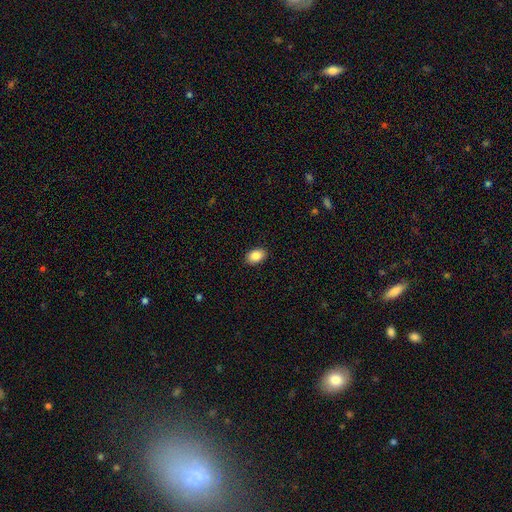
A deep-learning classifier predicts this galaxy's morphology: Smooth or featured?
  - smooth: 87% *
  - star or artifact: 8%
  - featured or disk: 5%
How rounded?
  - in between: 84% *
  - round: 15%
  - cigar-shaped: 1%
Merging?
  - none: 89% *
  - minor disturbance: 8%
  - major disturbance: 2%
  - merger: 1%